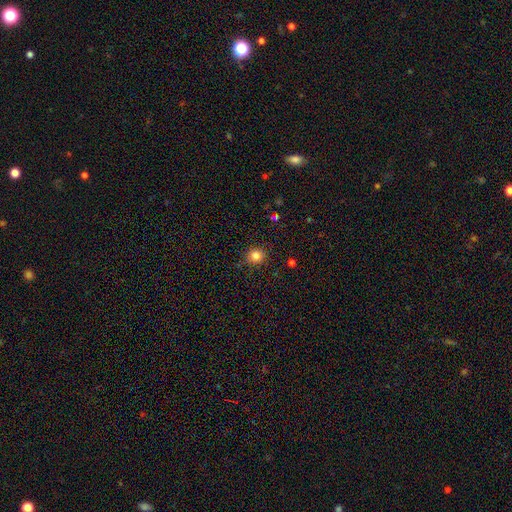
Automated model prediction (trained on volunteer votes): Smooth or featured? smooth (83%)
How rounded? round (85%)
Merging? none (85%)